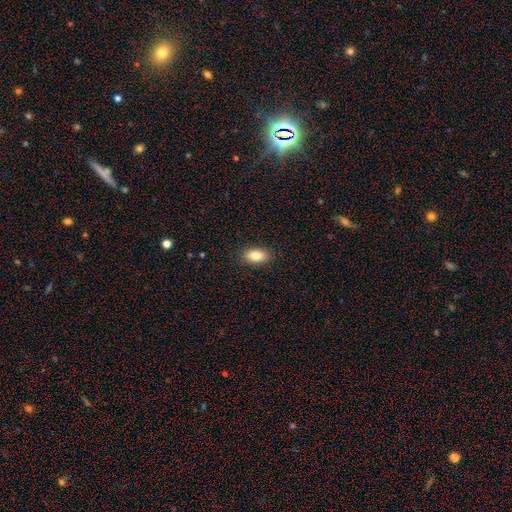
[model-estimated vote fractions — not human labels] Smooth or featured? Predicted: smooth (p=0.83). How rounded? Predicted: in between (p=0.91). Merging? Predicted: none (p=0.89).